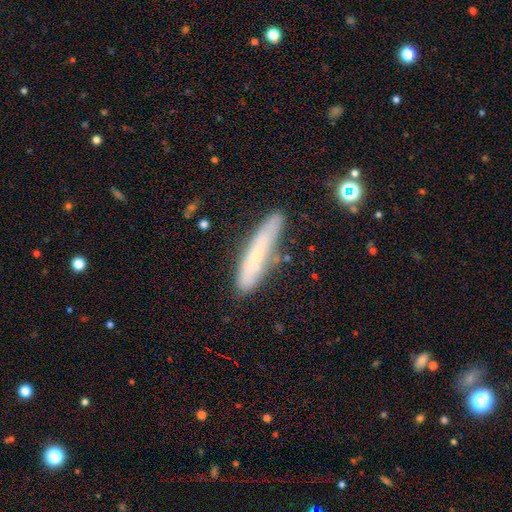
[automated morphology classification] smooth 58%, featured or disk 34%, star or artifact 9%. Down the decision tree: how rounded — cigar-shaped (88%); merging — none (76%).